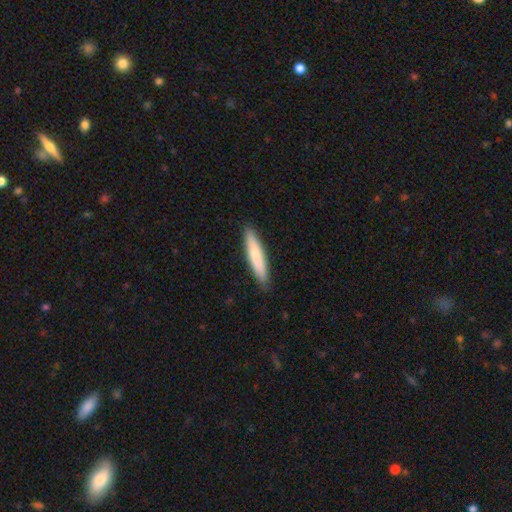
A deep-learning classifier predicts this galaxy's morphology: This appears to be a smooth galaxy with no disk features (76%) that is cigar-shaped (89%). Merging: none (90%).